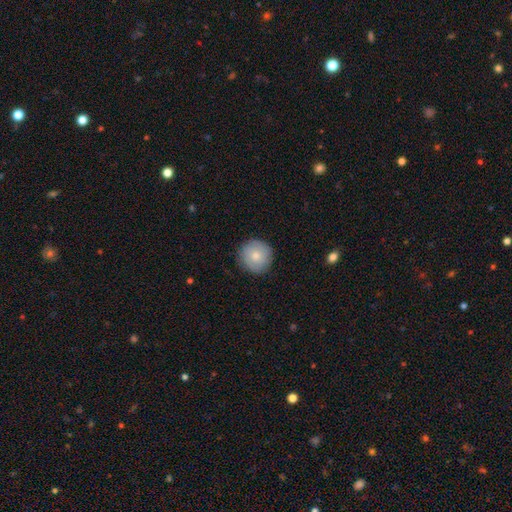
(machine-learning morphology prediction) A smooth galaxy with no disk features (77%) that is round (95%).

Vote fractions:
- Smooth or featured? smooth: 77% / featured or disk: 16% / star or artifact: 7%
- How rounded? round: 95% / in between: 4% / cigar-shaped: 1%
- Merging? none: 89% / minor disturbance: 8% / major disturbance: 2% / merger: 1%